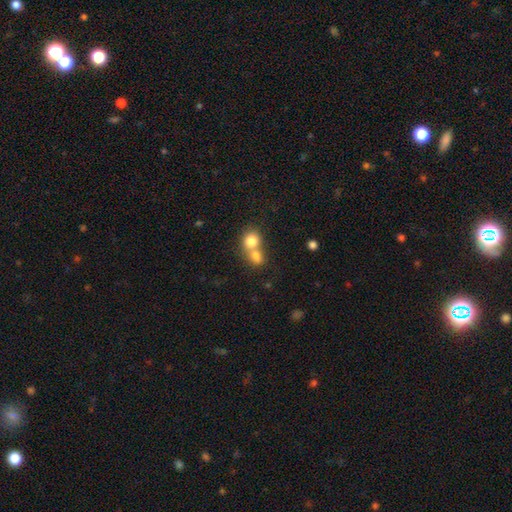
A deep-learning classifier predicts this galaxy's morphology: Overall: smooth (78%). How rounded: round (66%; in between 32%). Merging: merger (63%; none 28%).